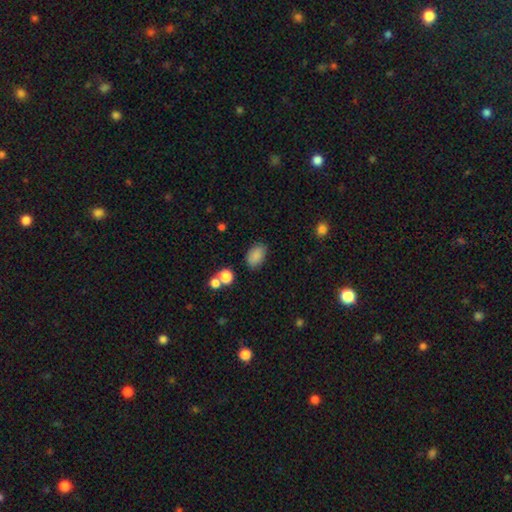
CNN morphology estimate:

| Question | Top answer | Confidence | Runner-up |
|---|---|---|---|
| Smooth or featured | smooth | 86% | star or artifact (9%) |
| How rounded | in between | 87% | round (11%) |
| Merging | none | 81% | minor disturbance (13%) |